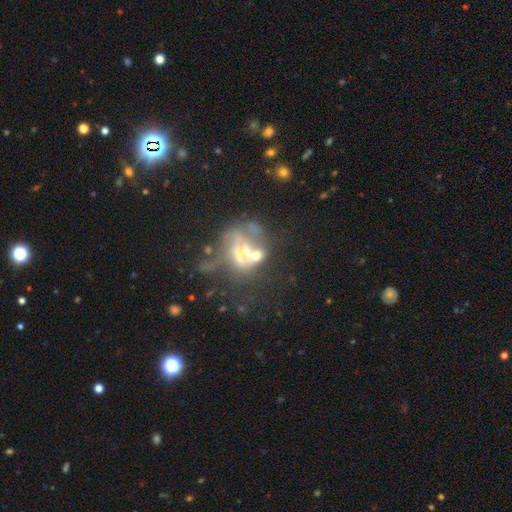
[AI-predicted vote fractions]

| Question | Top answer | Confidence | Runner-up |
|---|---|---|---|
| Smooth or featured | featured or disk | 55% | smooth (27%) |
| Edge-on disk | no | 96% | yes (4%) |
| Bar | no | 84% | weak (10%) |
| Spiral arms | no | 92% | yes (8%) |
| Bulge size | none | 34% | moderate (32%) |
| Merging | merger | 42% | major disturbance (31%) |